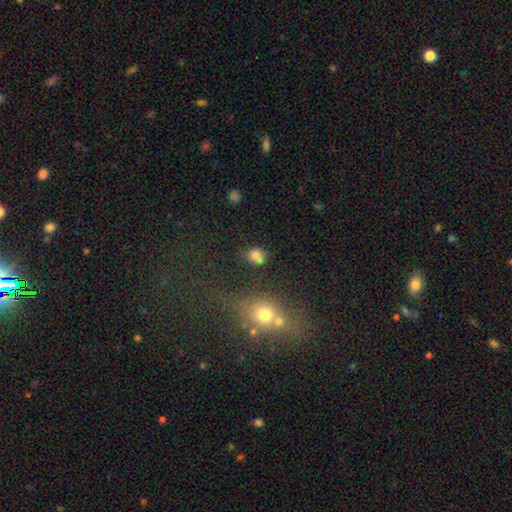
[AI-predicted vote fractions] Smooth or featured: smooth — 78% (star or artifact — 14%)
How rounded: round — 67% (in between — 32%)
Merging: none — 62% (minor disturbance — 17%)